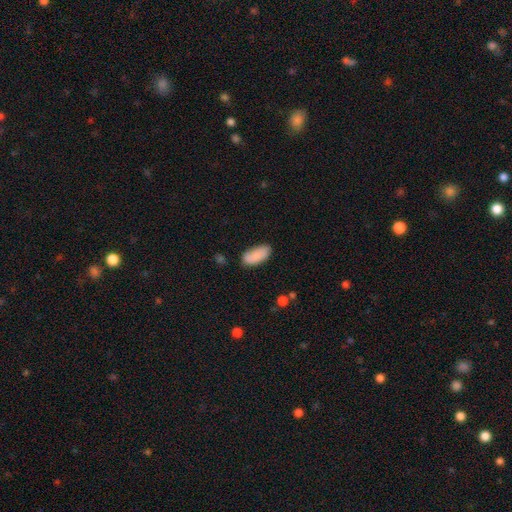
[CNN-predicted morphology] Smooth or featured? smooth (87%)
How rounded? in between (90%)
Merging? none (74%)